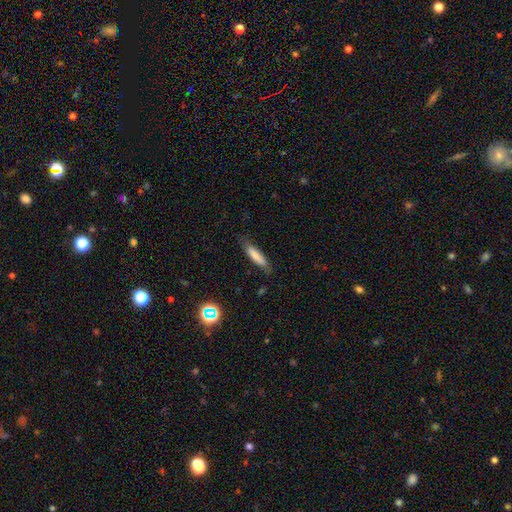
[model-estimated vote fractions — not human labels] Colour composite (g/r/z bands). It shows a smooth galaxy with no disk features (77%) that is cigar-shaped (78%). Merging: none (73%).